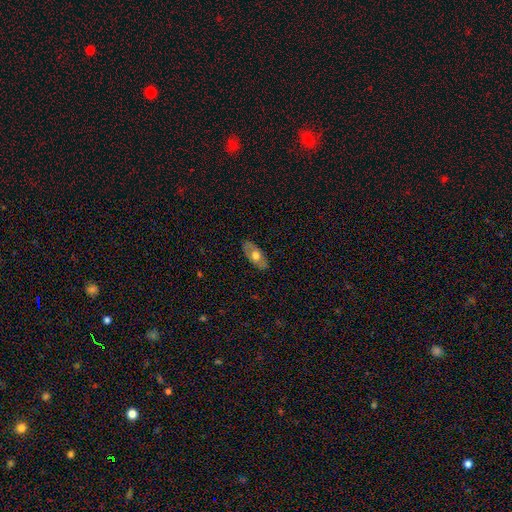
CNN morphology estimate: This is possibly a smooth galaxy (55%). How rounded: clearly in between (89%). Merging: clearly none (84%).